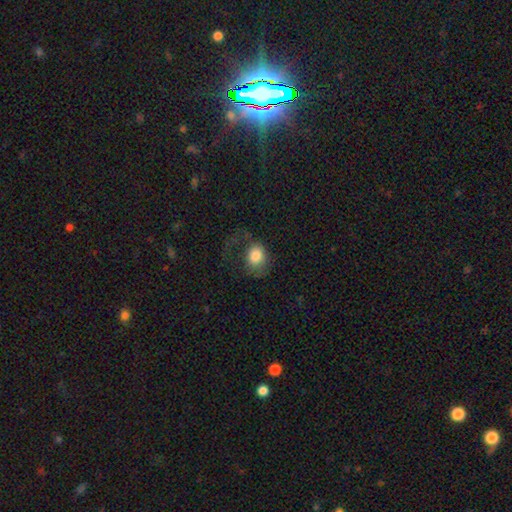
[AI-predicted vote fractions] Smooth or featured?
  - smooth: 78% *
  - featured or disk: 13%
  - star or artifact: 8%
How rounded?
  - round: 55% *
  - in between: 44%
  - cigar-shaped: 1%
Merging?
  - major disturbance: 40% *
  - none: 37%
  - minor disturbance: 21%
  - merger: 2%